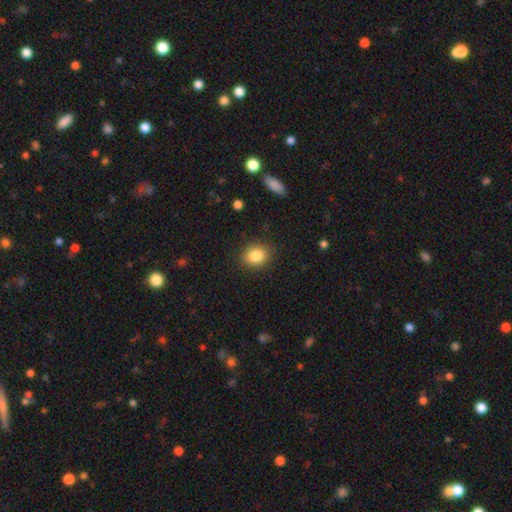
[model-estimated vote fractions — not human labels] This is clearly a smooth galaxy (84%). How rounded: possibly round (53%). Merging: clearly none (87%).